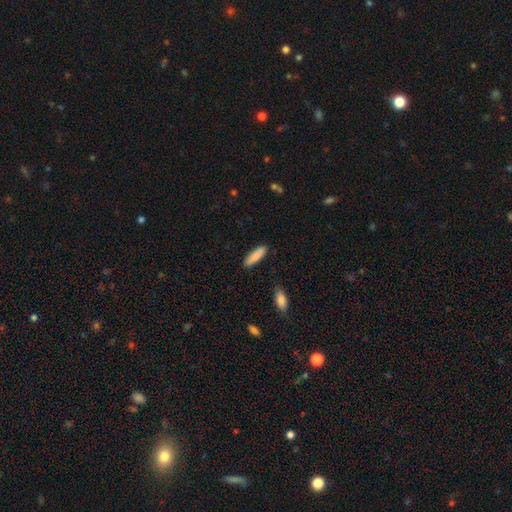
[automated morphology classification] Overall: smooth (86%). How rounded: cigar-shaped (63%; in between 35%). Merging: none (88%).